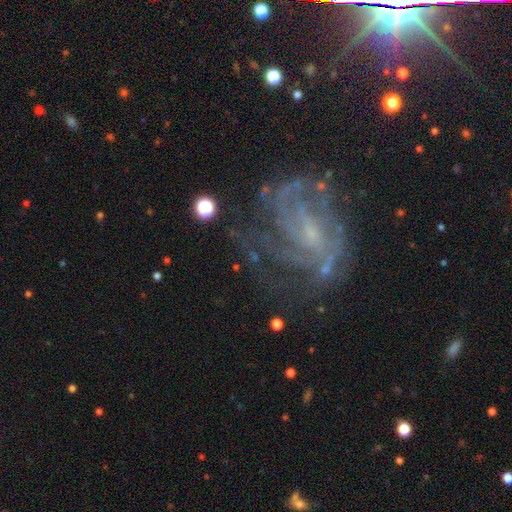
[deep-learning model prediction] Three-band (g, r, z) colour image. It shows a featured or disk galaxy (79%) with a weak bar (46%), medium (42%) spiral arms (88%) and a small central bulge (58%). Merging: none (57%).